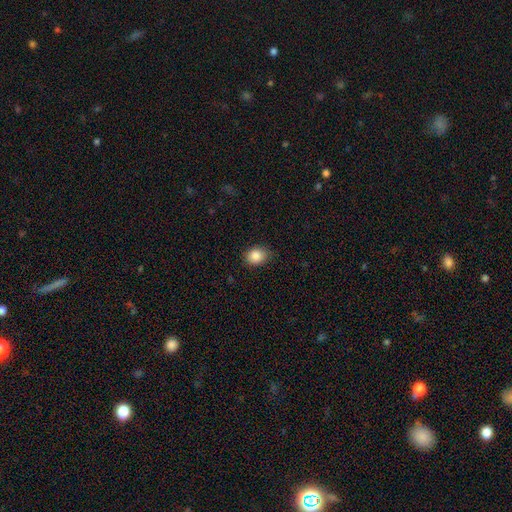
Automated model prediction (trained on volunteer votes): This is clearly a smooth galaxy (86%). How rounded: possibly round (53%). Merging: clearly none (82%).